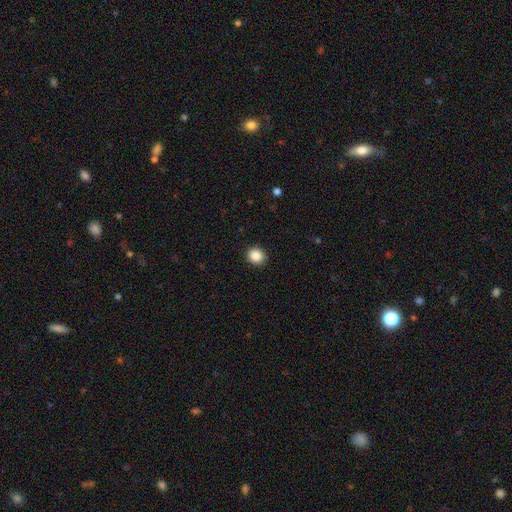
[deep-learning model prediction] Smooth or featured? Predicted: smooth (p=0.88). How rounded? Predicted: round (p=0.85). Merging? Predicted: none (p=0.91).